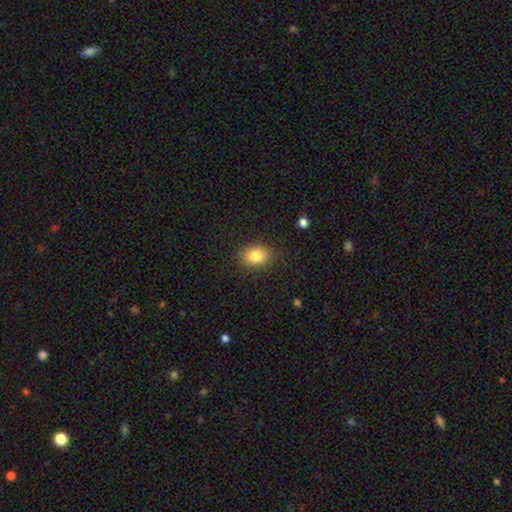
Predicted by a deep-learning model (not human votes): Smooth or featured?
  - smooth: 82% *
  - star or artifact: 10%
  - featured or disk: 8%
How rounded?
  - in between: 65% *
  - round: 34%
  - cigar-shaped: 1%
Merging?
  - none: 82% *
  - minor disturbance: 13%
  - major disturbance: 3%
  - merger: 1%